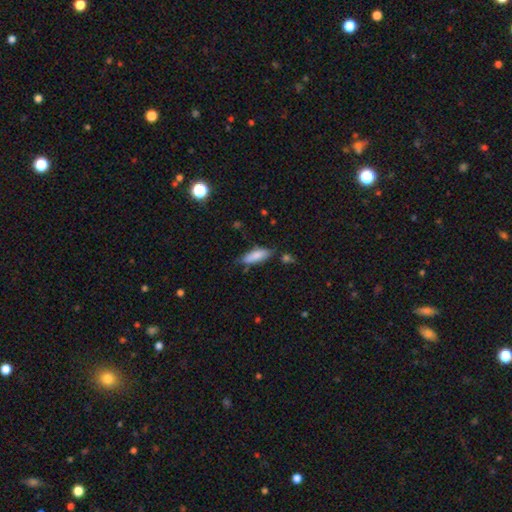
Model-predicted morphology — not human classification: A smooth galaxy with no disk features (82%) that is in between round and cigar-shaped (60%).

Vote fractions:
- Smooth or featured? smooth: 82% / featured or disk: 11% / star or artifact: 7%
- How rounded? in between: 60% / cigar-shaped: 38% / round: 2%
- Merging? none: 67% / minor disturbance: 23% / major disturbance: 5% / merger: 5%